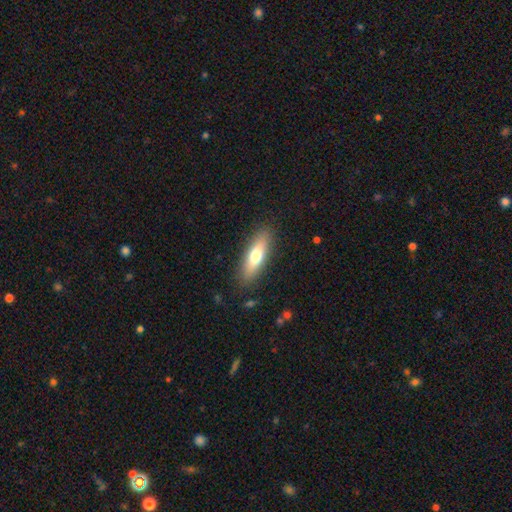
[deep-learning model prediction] Morphology: type=smooth (70%); roundness=cigar-shaped (49%, tied with in between); merging=none (86%).